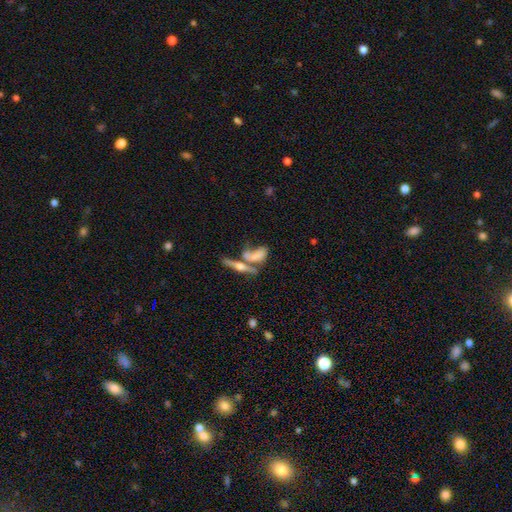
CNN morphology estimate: smooth_or_featured: smooth (p=0.49) [alt: featured or disk p=0.41]
merging: merger (p=0.48) [alt: none p=0.30]